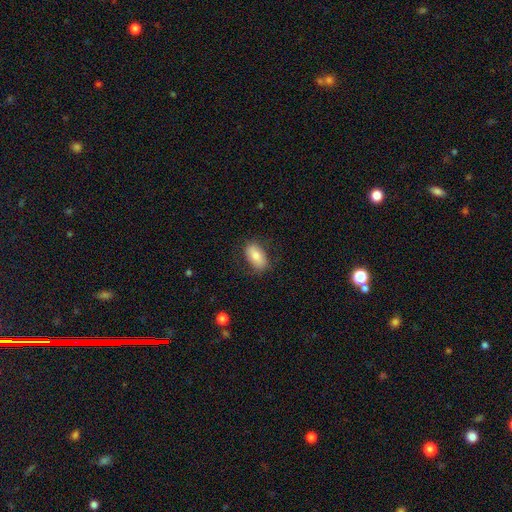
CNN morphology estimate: smooth 79%, featured or disk 14%, star or artifact 7%. Down the decision tree: how rounded — in between (92%); merging — none (79%).